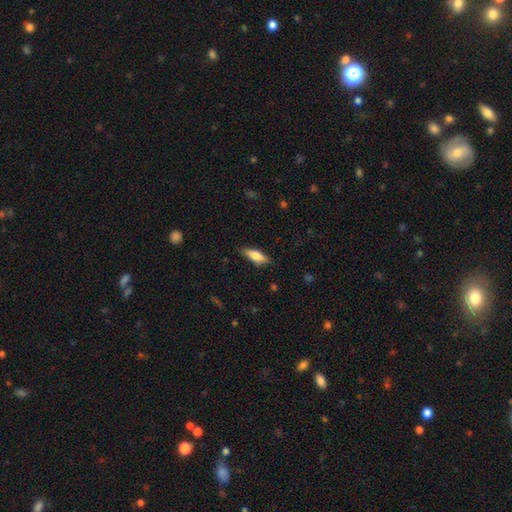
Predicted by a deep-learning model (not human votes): Smooth or featured: smooth — 70% (featured or disk — 24%)
How rounded: in between — 51% (cigar-shaped — 47%)
Merging: none — 82% (minor disturbance — 14%)